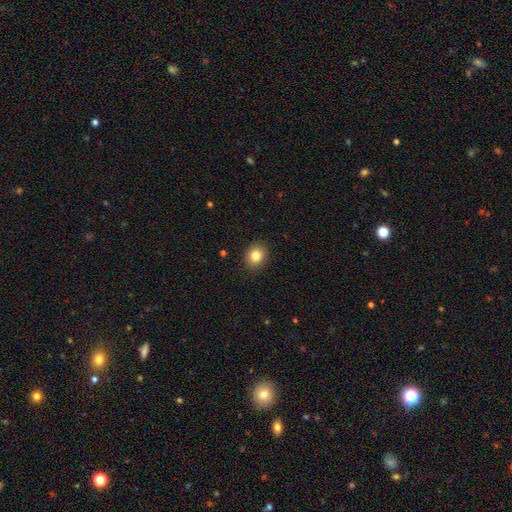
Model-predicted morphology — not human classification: Overall: smooth (83%). How rounded: round (60%; in between 39%). Merging: none (89%).